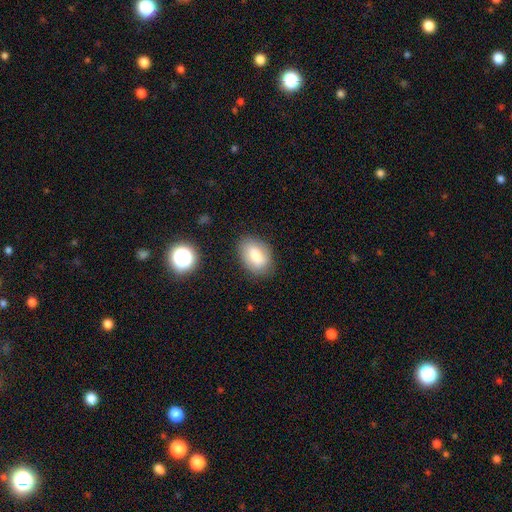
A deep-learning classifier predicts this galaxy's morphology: smooth 78%, featured or disk 14%, star or artifact 8%. Down the decision tree: how rounded — in between (85%); merging — none (81%).